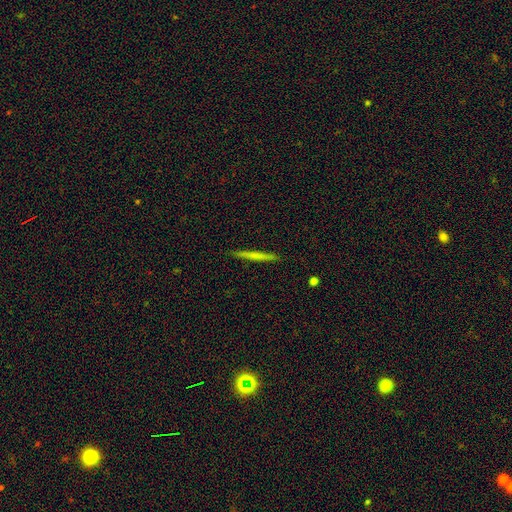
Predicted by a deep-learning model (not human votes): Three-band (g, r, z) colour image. It shows a smooth galaxy with no disk features (58%) that is cigar-shaped (96%). Merging: none (91%).